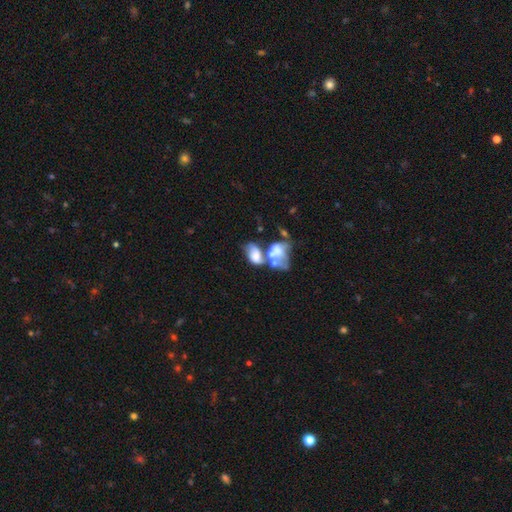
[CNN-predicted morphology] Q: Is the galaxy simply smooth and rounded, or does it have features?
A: smooth — 45%.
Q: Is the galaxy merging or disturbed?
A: merger — 65%.